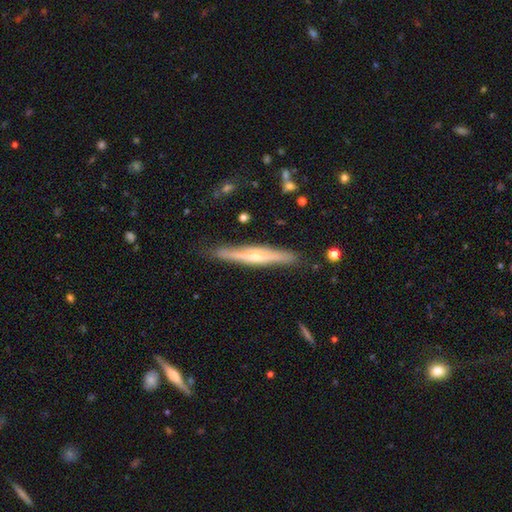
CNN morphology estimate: This is likely a featured or disk galaxy (69%). It is clearly viewed edge-on (94%). Edge-on bulge: clearly rounded (81%). Merging: clearly none (85%).